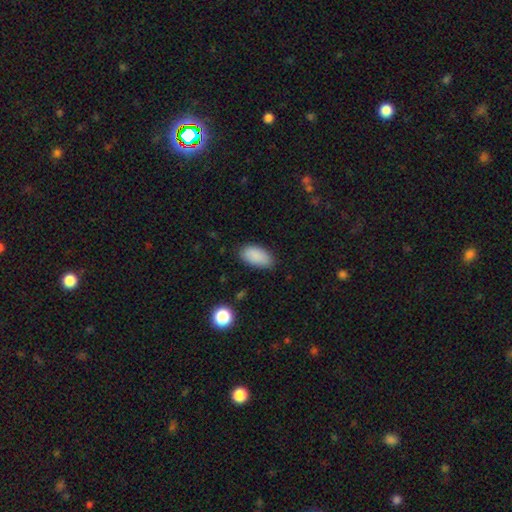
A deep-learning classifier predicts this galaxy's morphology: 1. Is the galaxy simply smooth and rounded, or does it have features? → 88% smooth, 8% star or artifact, 4% featured or disk.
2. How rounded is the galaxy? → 94% in between, 3% cigar-shaped, 3% round.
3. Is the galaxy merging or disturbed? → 82% none, 14% minor disturbance, 3% major disturbance, 1% merger.